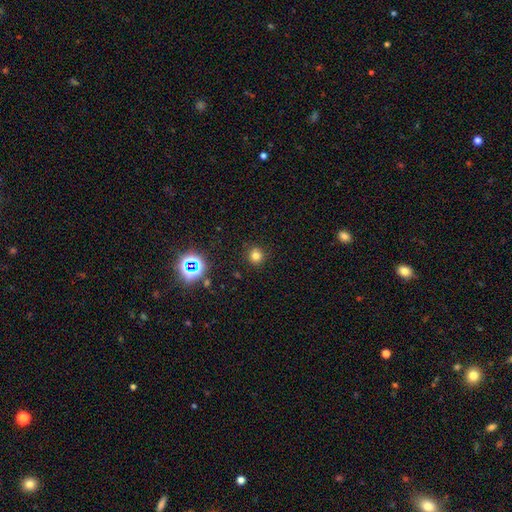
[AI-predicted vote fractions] Q: Smooth or featured?
A: smooth (75%); runner-up: star or artifact (19%)
Q: How rounded?
A: round (91%); runner-up: in between (8%)
Q: Merging?
A: none (90%); runner-up: minor disturbance (6%)